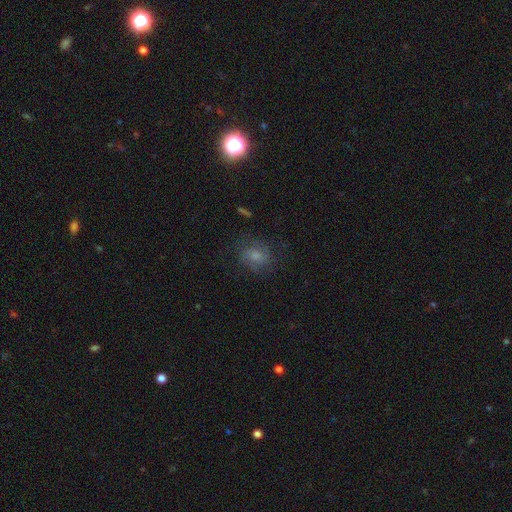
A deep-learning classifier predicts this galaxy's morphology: smooth_or_featured: smooth (p=0.50) [alt: featured or disk p=0.34]
how_rounded: round (p=0.62) [alt: in between p=0.36]
merging: none (p=0.70) [alt: minor disturbance p=0.18]